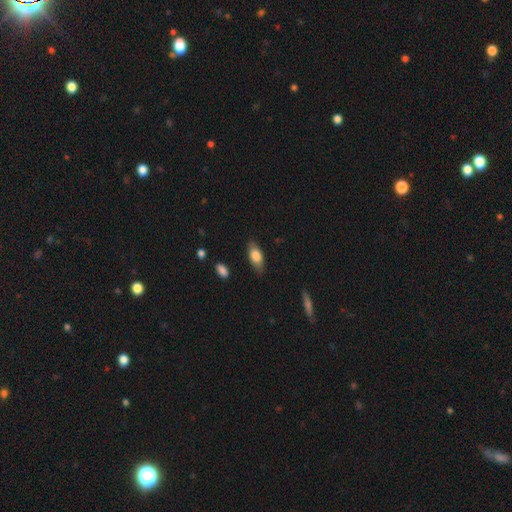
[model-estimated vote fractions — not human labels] smooth-or-featured: smooth: 79% | featured or disk: 15% | star or artifact: 6%
  how-rounded: in between: 85% | cigar-shaped: 12% | round: 3%
  merging: none: 78% | minor disturbance: 17% | major disturbance: 3% | merger: 1%